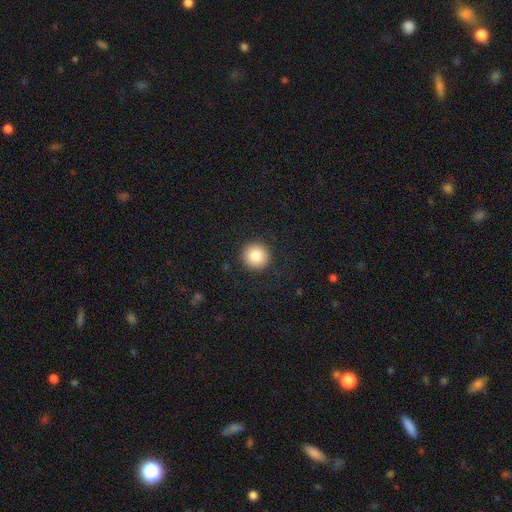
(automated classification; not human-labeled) Smooth or featured? Predicted: smooth (p=0.84). How rounded? Predicted: round (p=0.96). Merging? Predicted: none (p=0.91).